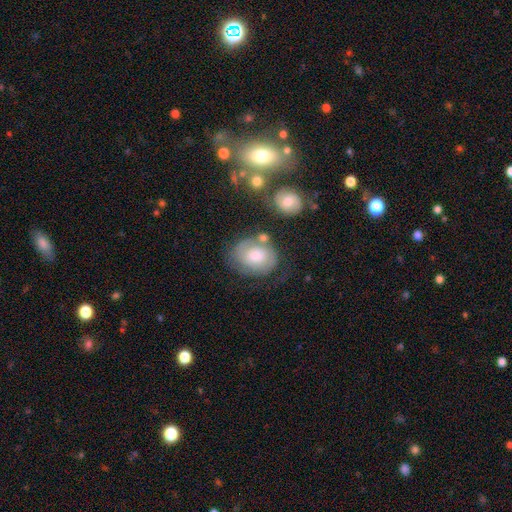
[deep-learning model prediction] This is possibly a featured or disk galaxy (48%). Merging: possibly none (59%).